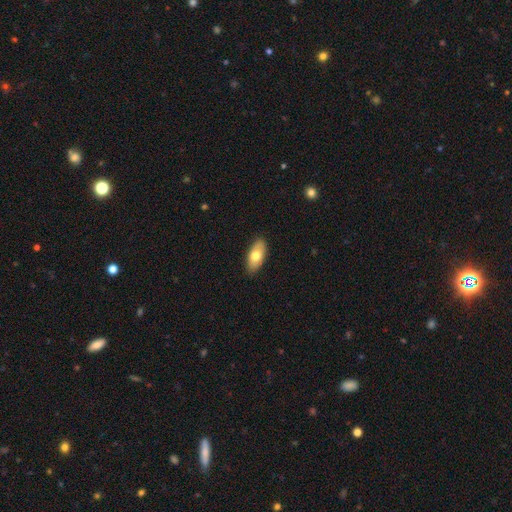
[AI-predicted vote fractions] This appears to be a smooth galaxy with no disk features (72%) that is in between round and cigar-shaped (89%). Merging: none (88%).